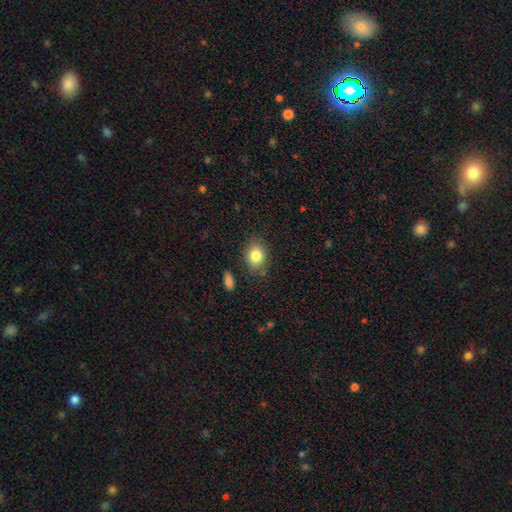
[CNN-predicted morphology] Overall: smooth (83%). How rounded: in between (60%; round 39%). Merging: none (80%).